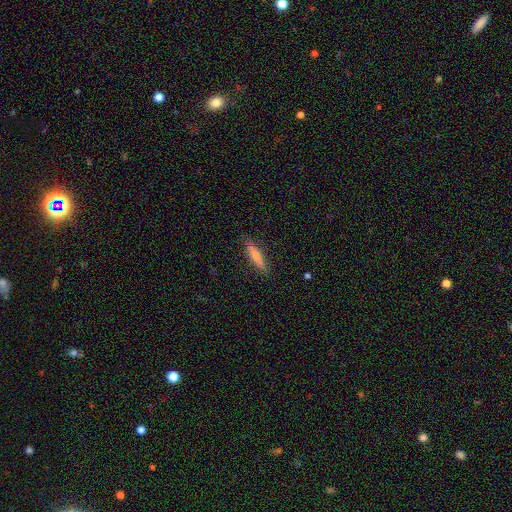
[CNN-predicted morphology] The model was most divided on "smooth or featured": smooth: 72%, featured or disk: 22%, star or artifact: 6%. More confident: merging — none (86%); how rounded — cigar-shaped (80%).